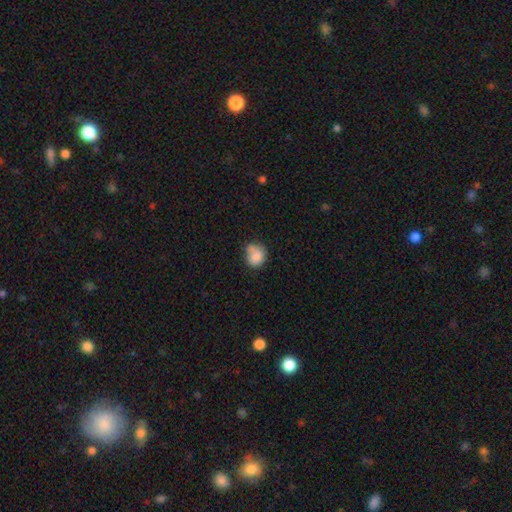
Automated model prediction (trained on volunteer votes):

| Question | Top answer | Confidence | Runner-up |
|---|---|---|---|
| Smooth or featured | smooth | 80% | featured or disk (11%) |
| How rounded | round | 72% | in between (27%) |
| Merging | none | 46% | minor disturbance (27%) |